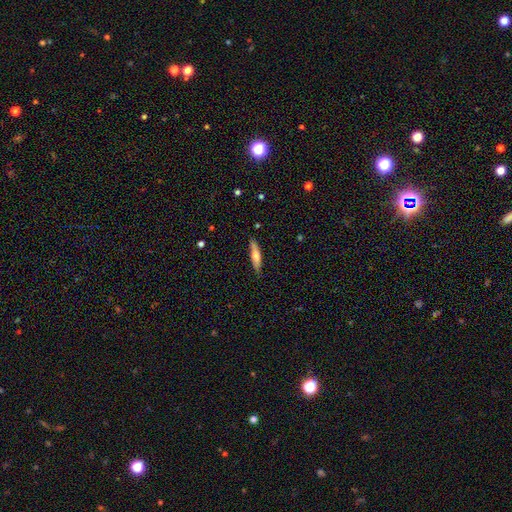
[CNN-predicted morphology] This appears to be a smooth galaxy with no disk features (58%) that is cigar-shaped (80%). Merging: none (85%).